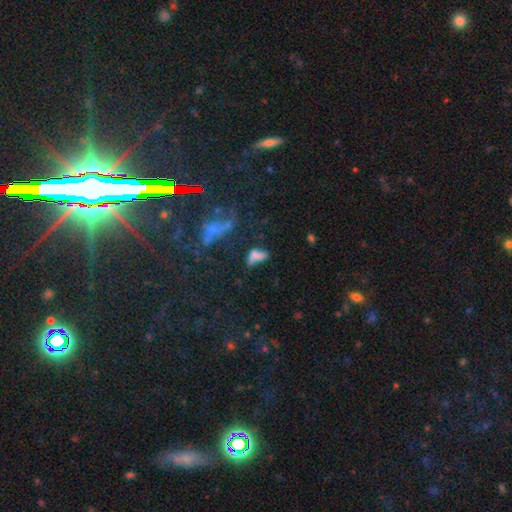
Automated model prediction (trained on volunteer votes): Smooth or featured? Predicted: smooth (p=0.57). How rounded? Predicted: in between (p=0.78). Merging? Predicted: none (p=0.31).